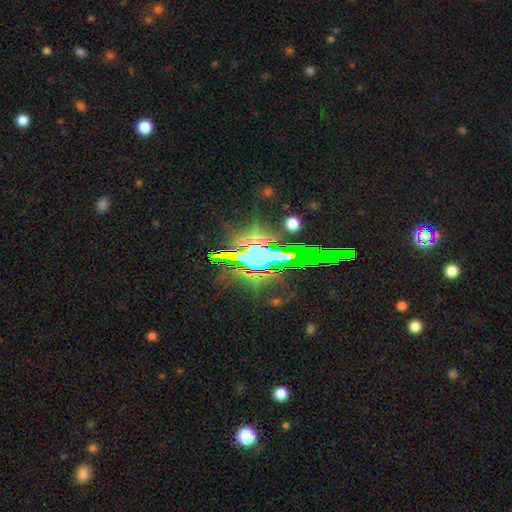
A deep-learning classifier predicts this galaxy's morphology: Smooth or featured?
  - star or artifact: 63% *
  - featured or disk: 21%
  - smooth: 16%